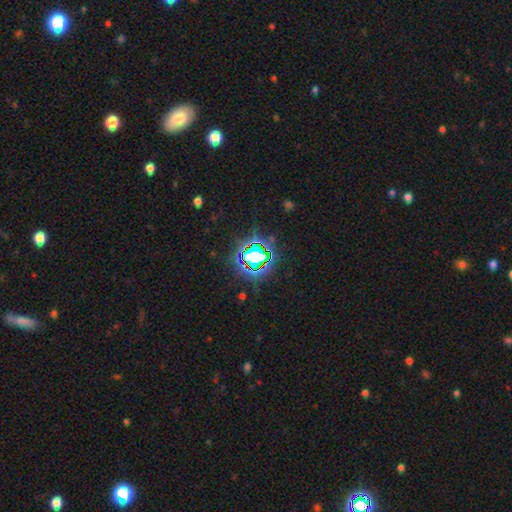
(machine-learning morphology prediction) Smooth or featured: star or artifact — 77% (smooth — 13%)